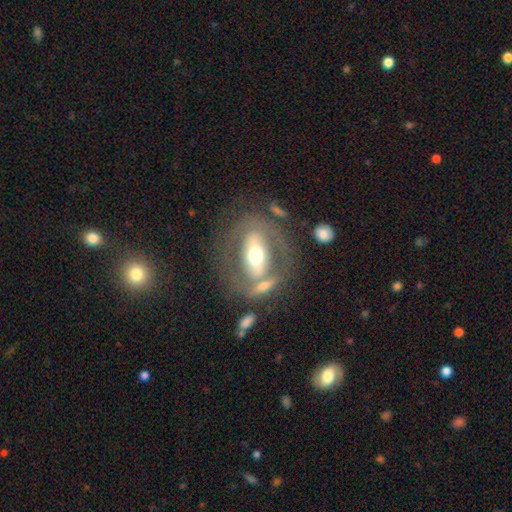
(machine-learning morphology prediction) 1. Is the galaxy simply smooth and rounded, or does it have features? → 65% featured or disk, 28% smooth, 6% star or artifact.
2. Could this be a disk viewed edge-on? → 87% no, 13% yes.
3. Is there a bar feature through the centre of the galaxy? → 49% strong, 29% no, 22% weak.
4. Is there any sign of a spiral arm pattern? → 69% no, 31% yes.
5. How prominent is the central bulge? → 69% moderate, 16% large, 12% small, 2% dominant, 1% none.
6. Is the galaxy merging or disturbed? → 59% none, 14% minor disturbance, 14% merger, 13% major disturbance.